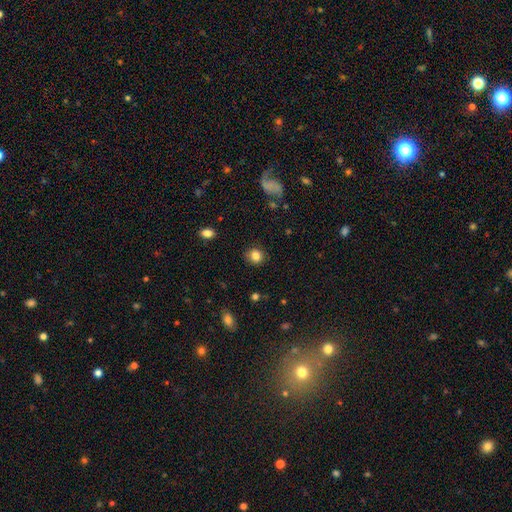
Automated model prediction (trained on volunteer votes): Overall: smooth (84%). How rounded: round (83%). Merging: none (88%).